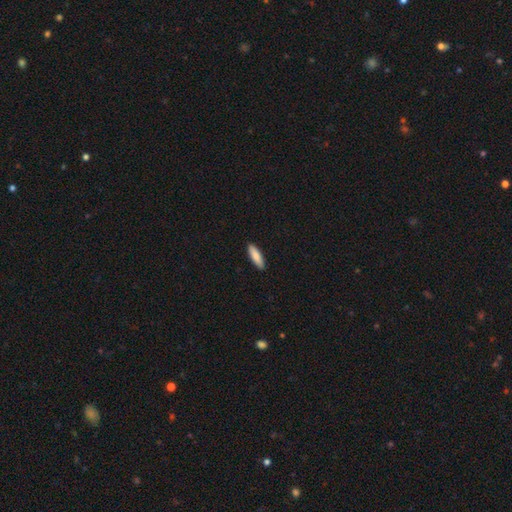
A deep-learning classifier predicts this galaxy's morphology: A smooth galaxy with no disk features (86%) that is cigar-shaped (54%). Merging: none (91%).